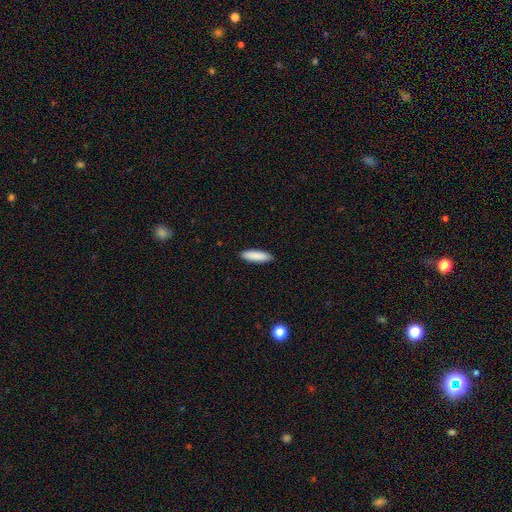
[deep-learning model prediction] Q: Smooth or featured?
A: smooth (89%); runner-up: star or artifact (6%)
Q: How rounded?
A: cigar-shaped (58%); runner-up: in between (41%)
Q: Merging?
A: none (90%); runner-up: minor disturbance (7%)